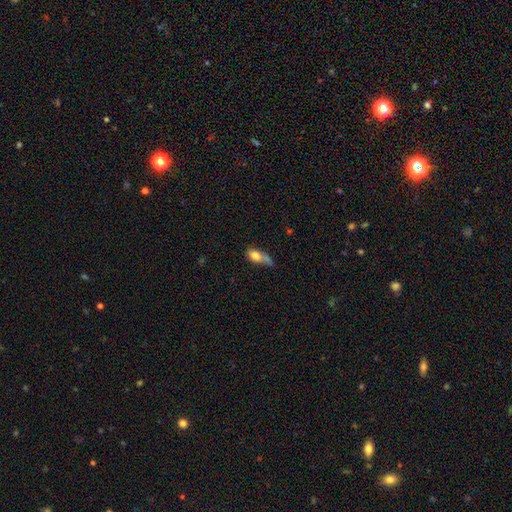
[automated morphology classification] The model was most divided on "merging": none: 27%, major disturbance: 26%, minor disturbance: 25%, merger: 22%. More confident: how rounded — in between (77%); smooth or featured — smooth (73%).